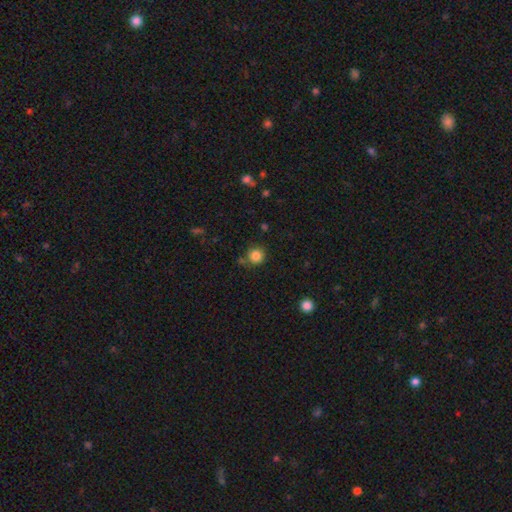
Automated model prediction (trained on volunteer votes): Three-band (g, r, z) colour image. It shows a smooth galaxy with no disk features (84%) that is round (92%). Merging: none (78%).